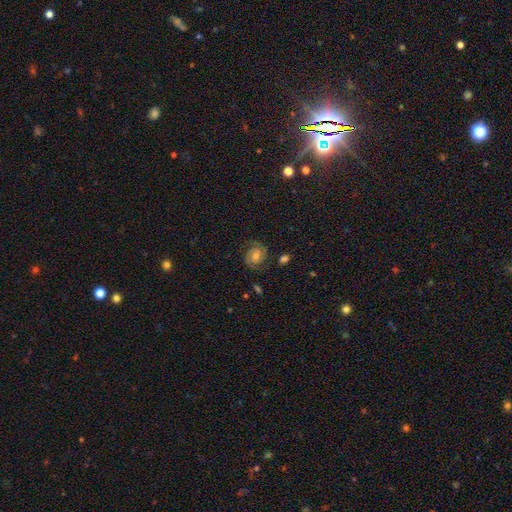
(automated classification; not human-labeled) Q: Smooth or featured?
A: featured or disk (72%); runner-up: smooth (17%)
Q: Edge-on disk?
A: no (98%); runner-up: yes (2%)
Q: Bar?
A: no (64%); runner-up: weak (29%)
Q: Spiral arms?
A: yes (94%); runner-up: no (6%)
Q: Spiral winding?
A: tight (51%); runner-up: medium (39%)
Q: Spiral arm count?
A: 2 (87%); runner-up: can't tell (6%)
Q: Bulge size?
A: moderate (59%); runner-up: small (32%)
Q: Merging?
A: none (81%); runner-up: minor disturbance (12%)